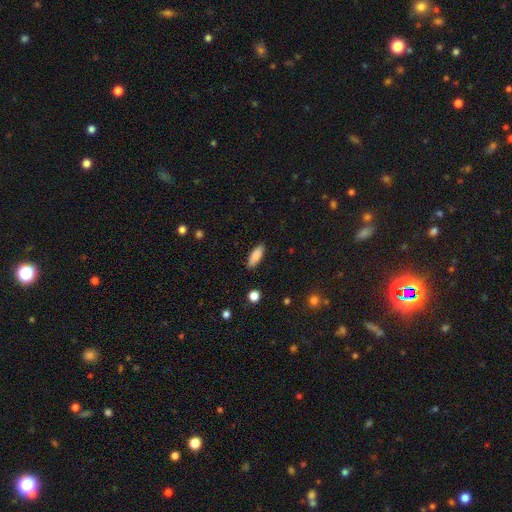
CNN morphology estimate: smooth-or-featured: smooth: 82% | featured or disk: 11% | star or artifact: 7%
  how-rounded: in between: 65% | cigar-shaped: 33% | round: 2%
  merging: none: 88% | minor disturbance: 9% | major disturbance: 2% | merger: 1%